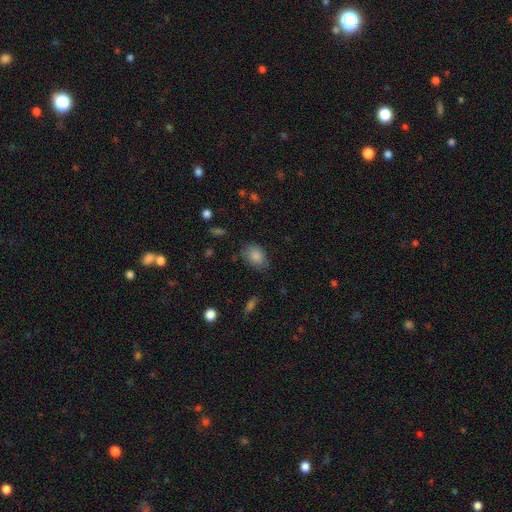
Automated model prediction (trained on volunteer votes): Smooth or featured?
  - smooth: 85% *
  - star or artifact: 8%
  - featured or disk: 7%
How rounded?
  - in between: 73% *
  - round: 25%
  - cigar-shaped: 1%
Merging?
  - none: 74% *
  - minor disturbance: 20%
  - major disturbance: 5%
  - merger: 2%